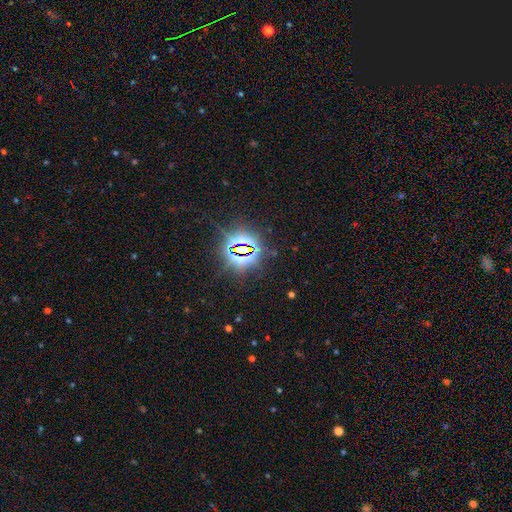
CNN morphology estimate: smooth-or-featured: star or artifact: 83% | smooth: 10% | featured or disk: 7%